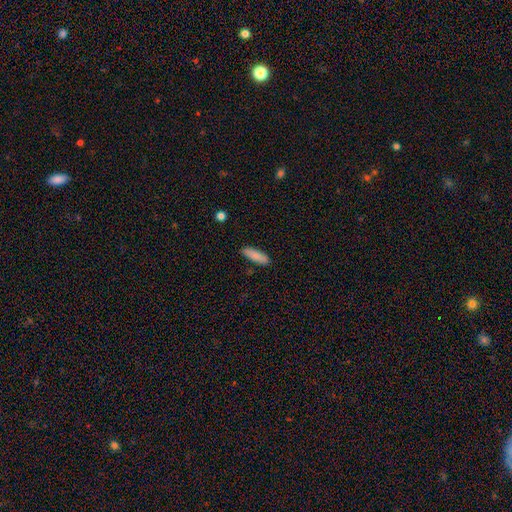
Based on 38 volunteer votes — Smooth or featured? smooth (97%)
How rounded? in between (57%)
Merging? none (84%)